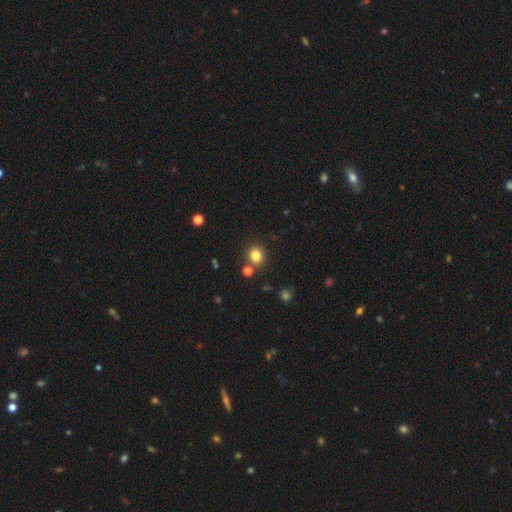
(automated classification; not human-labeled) smooth 81%, star or artifact 13%, featured or disk 6%. Down the decision tree: how rounded — round (76%); merging — none (80%).